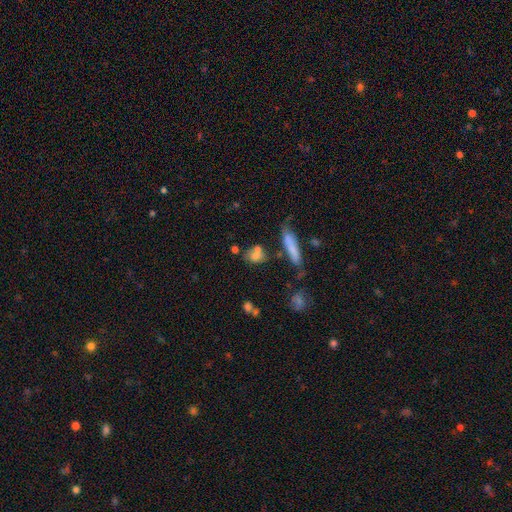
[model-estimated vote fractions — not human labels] A smooth galaxy with no disk features (72%) that is in between round and cigar-shaped (49%). Merging: none (54%).